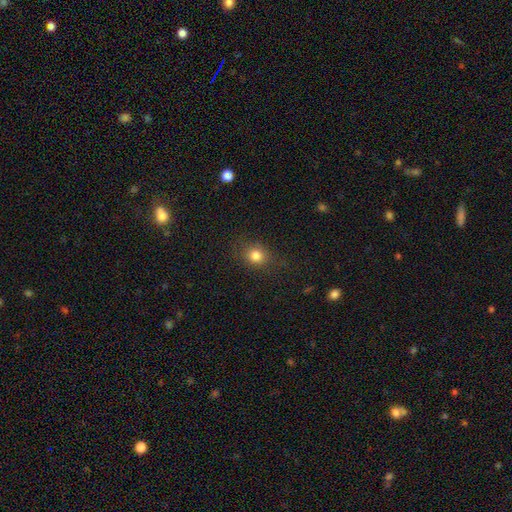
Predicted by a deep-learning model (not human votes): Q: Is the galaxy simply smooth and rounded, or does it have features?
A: smooth — 80%.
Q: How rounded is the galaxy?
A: round — 75%.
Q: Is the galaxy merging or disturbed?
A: none — 82%.